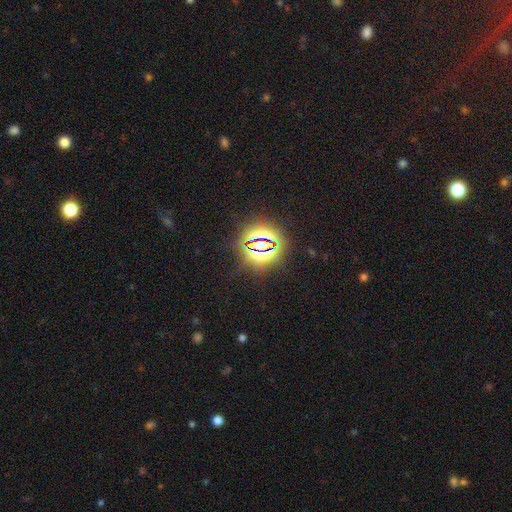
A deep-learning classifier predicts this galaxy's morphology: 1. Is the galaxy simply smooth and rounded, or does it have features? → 82% star or artifact, 11% smooth, 7% featured or disk.